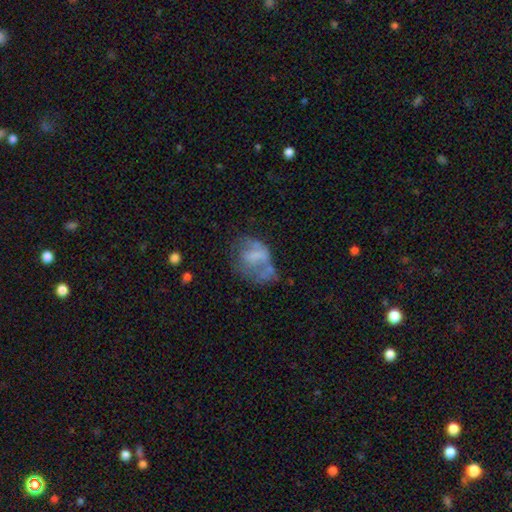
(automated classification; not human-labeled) Smooth or featured? smooth (46%)
Merging? major disturbance (37%)